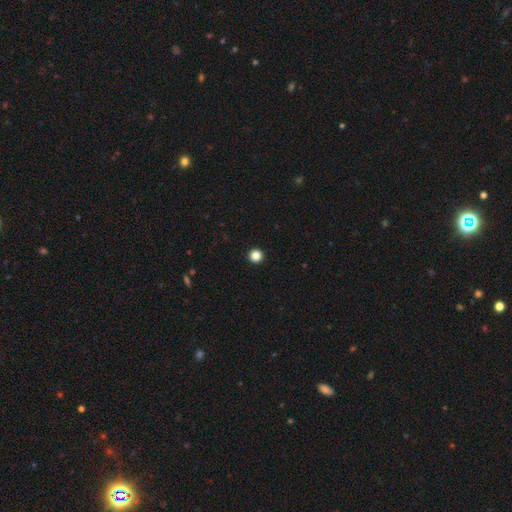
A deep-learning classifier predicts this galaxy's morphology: smooth-or-featured: smooth: 85% | star or artifact: 12% | featured or disk: 3%
  how-rounded: round: 96% | in between: 3% | cigar-shaped: 1%
  merging: none: 95% | minor disturbance: 3% | major disturbance: 1% | merger: 1%